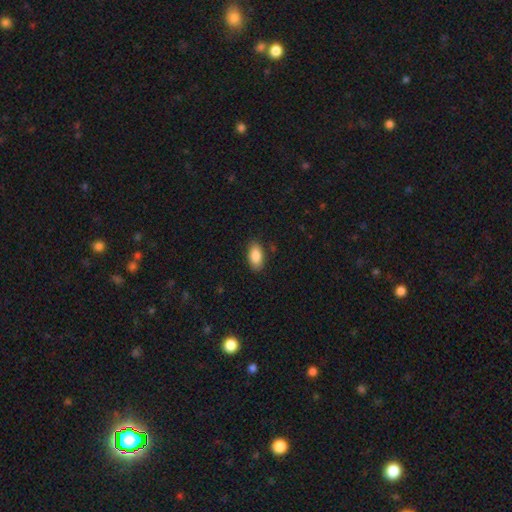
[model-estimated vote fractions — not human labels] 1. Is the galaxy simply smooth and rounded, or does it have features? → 88% smooth, 7% star or artifact, 5% featured or disk.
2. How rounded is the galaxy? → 93% in between, 4% round, 4% cigar-shaped.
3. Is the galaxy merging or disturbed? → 85% none, 12% minor disturbance, 3% major disturbance, 1% merger.